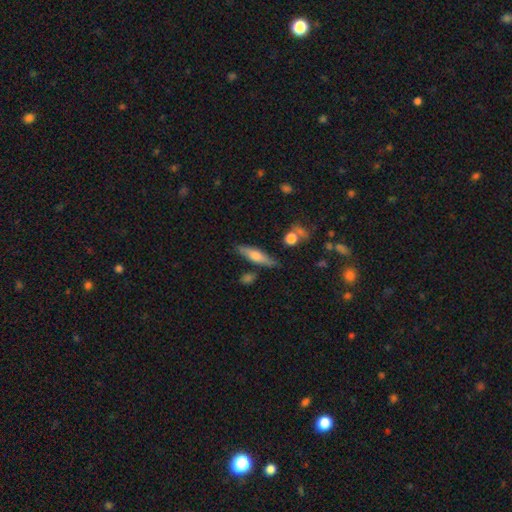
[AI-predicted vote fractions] smooth 53%, featured or disk 40%, star or artifact 7%. Down the decision tree: how rounded — cigar-shaped (72%); merging — none (79%).